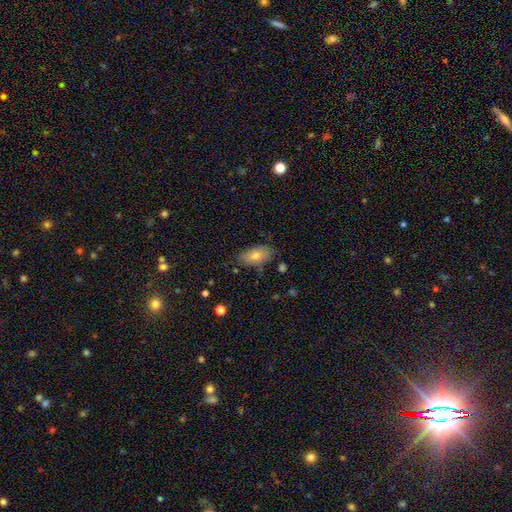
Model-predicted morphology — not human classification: smooth 70%, featured or disk 21%, star or artifact 9%. Down the decision tree: how rounded — in between (88%); merging — none (74%).